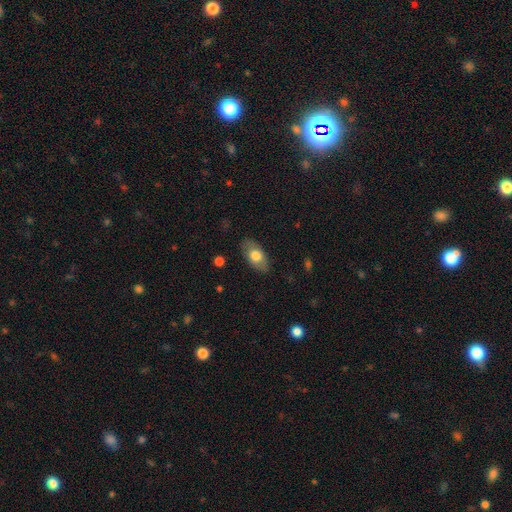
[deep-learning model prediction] A smooth galaxy with no disk features (69%) that is in between round and cigar-shaped (92%).

Vote fractions:
- Smooth or featured? smooth: 69% / featured or disk: 25% / star or artifact: 6%
- How rounded? in between: 92% / round: 5% / cigar-shaped: 3%
- Merging? none: 83% / minor disturbance: 13% / major disturbance: 3% / merger: 1%